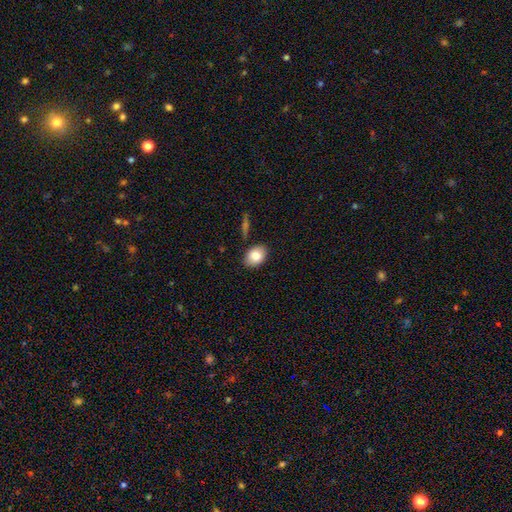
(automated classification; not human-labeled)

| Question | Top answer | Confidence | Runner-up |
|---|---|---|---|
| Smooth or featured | smooth | 82% | featured or disk (11%) |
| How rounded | in between | 77% | round (22%) |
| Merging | none | 85% | minor disturbance (10%) |